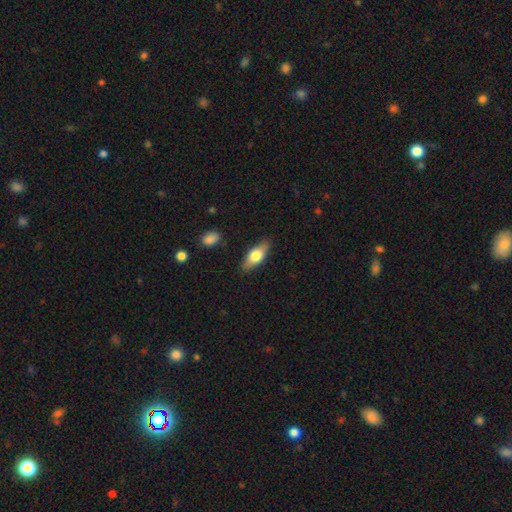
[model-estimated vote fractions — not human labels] The model was most divided on "smooth or featured": smooth: 62%, featured or disk: 32%, star or artifact: 6%. More confident: merging — none (86%); how rounded — in between (74%).